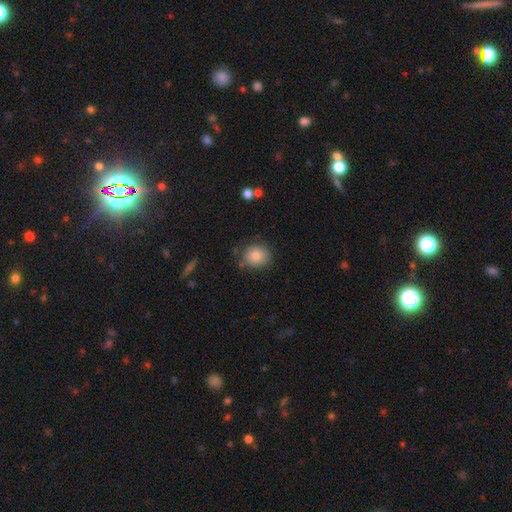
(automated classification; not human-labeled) This appears to be a smooth galaxy with no disk features (82%) that is round (75%). Merging: none (80%).